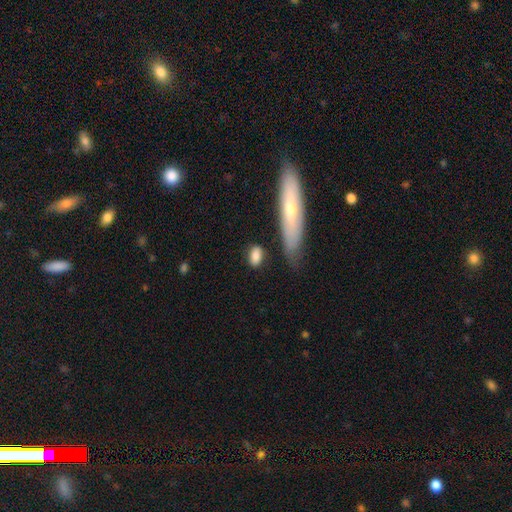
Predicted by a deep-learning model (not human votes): smooth_or_featured: smooth (p=0.82) [alt: featured or disk p=0.12]
how_rounded: in between (p=0.77) [alt: round p=0.13]
merging: none (p=0.78) [alt: minor disturbance p=0.14]